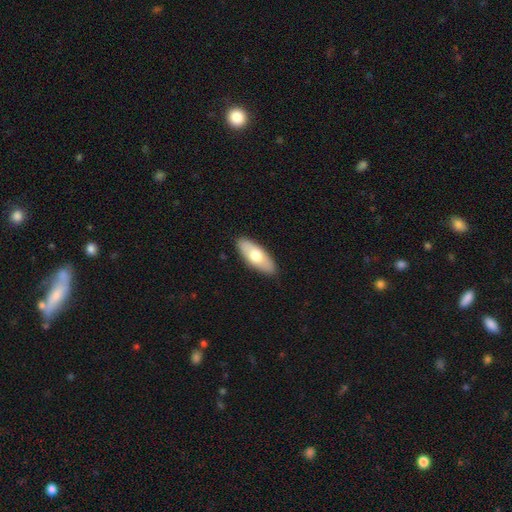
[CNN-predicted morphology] Overall: smooth (66%; featured or disk 29%). How rounded: in between (79%). Merging: none (88%).